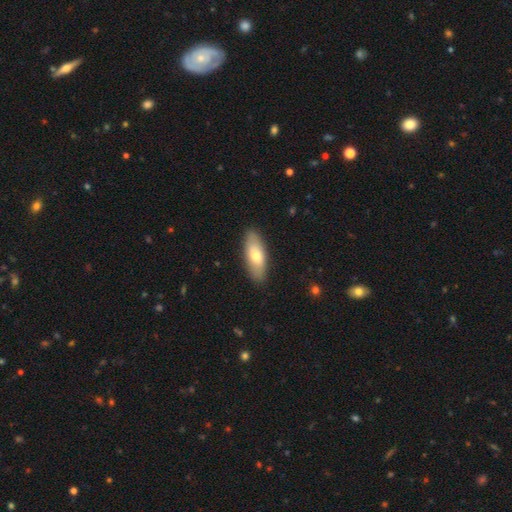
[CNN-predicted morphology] smooth_or_featured: smooth (p=0.72) [alt: featured or disk p=0.22]
how_rounded: in between (p=0.75) [alt: cigar-shaped p=0.23]
merging: none (p=0.88) [alt: minor disturbance p=0.09]